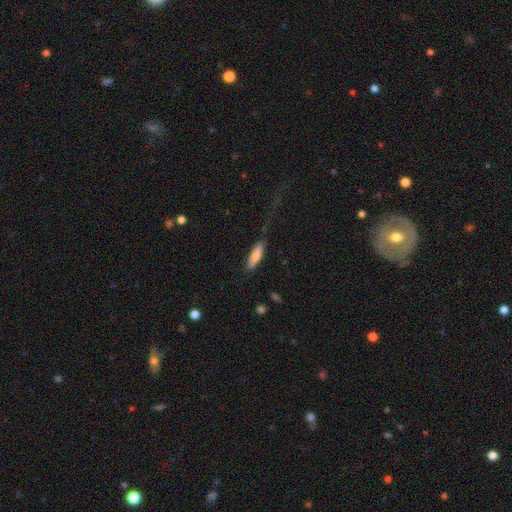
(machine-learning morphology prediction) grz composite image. It shows a smooth galaxy with no disk features (80%) that is cigar-shaped (66%). Merging: none (74%).